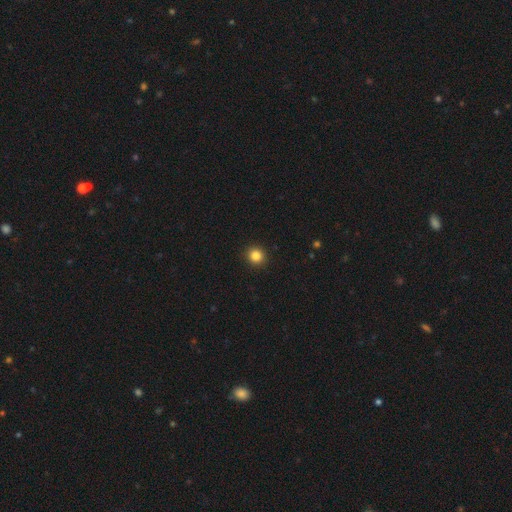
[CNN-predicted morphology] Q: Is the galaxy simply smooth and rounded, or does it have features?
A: smooth — 84%.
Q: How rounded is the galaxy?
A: round — 92%.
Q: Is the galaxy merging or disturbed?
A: none — 93%.